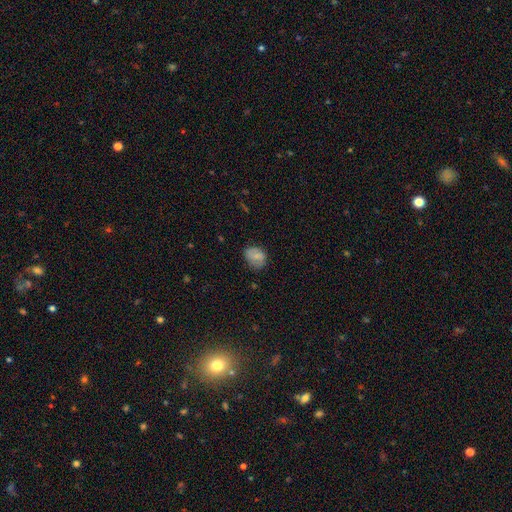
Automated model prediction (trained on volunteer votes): Overall: smooth (76%). How rounded: in between (51%; round 48%). Merging: none (69%).